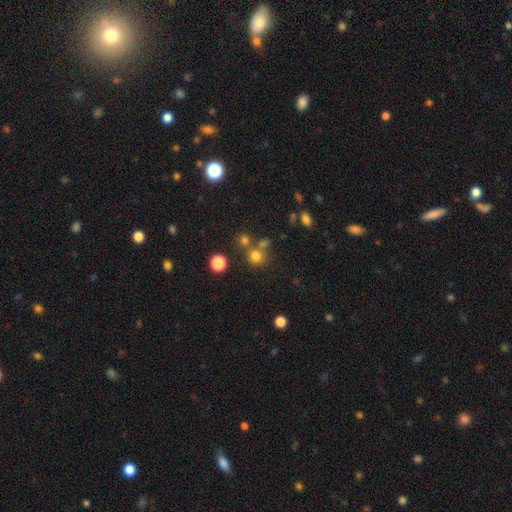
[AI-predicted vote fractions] Smooth or featured?
  - smooth: 74% *
  - star or artifact: 18%
  - featured or disk: 8%
How rounded?
  - round: 88% *
  - in between: 11%
  - cigar-shaped: 1%
Merging?
  - none: 64% *
  - merger: 23%
  - minor disturbance: 9%
  - major disturbance: 4%